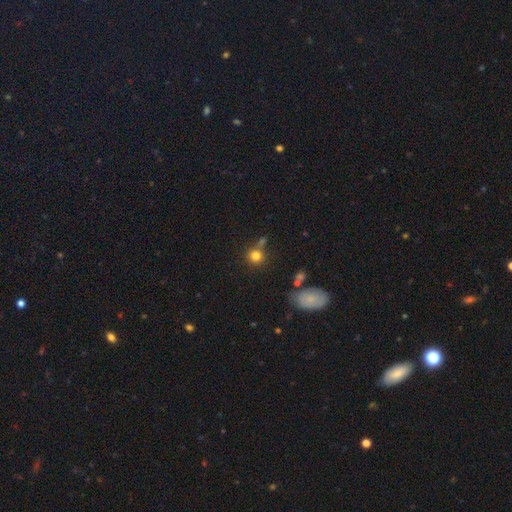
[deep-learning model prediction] A smooth galaxy with no disk features (81%) that is round (90%).

Vote fractions:
- Smooth or featured? smooth: 81% / star or artifact: 12% / featured or disk: 7%
- How rounded? round: 90% / in between: 9% / cigar-shaped: 1%
- Merging? none: 68% / merger: 16% / minor disturbance: 11% / major disturbance: 4%